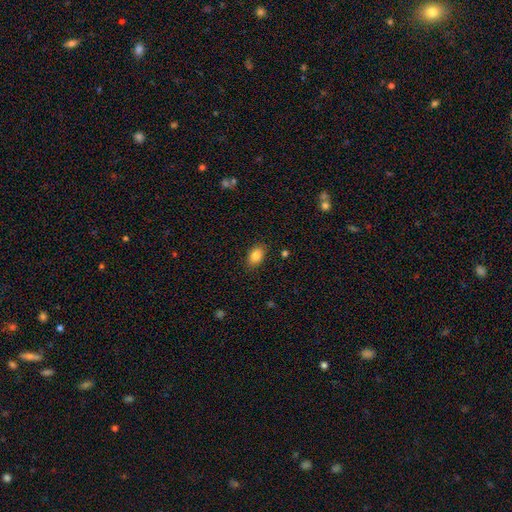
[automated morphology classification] A smooth galaxy with no disk features (85%) that is in between round and cigar-shaped (85%).

Vote fractions:
- Smooth or featured? smooth: 85% / star or artifact: 8% / featured or disk: 7%
- How rounded? in between: 85% / round: 13% / cigar-shaped: 1%
- Merging? none: 86% / minor disturbance: 10% / major disturbance: 2% / merger: 1%